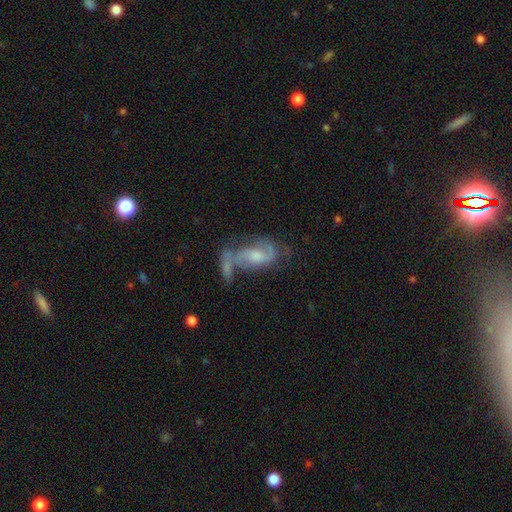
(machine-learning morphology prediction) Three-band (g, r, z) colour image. It shows a featured or disk galaxy (73%) with no bar (50%), 2 (74%) loose (43%) spiral arms (87%) and a moderate central bulge (47%). Merging: none (33%).